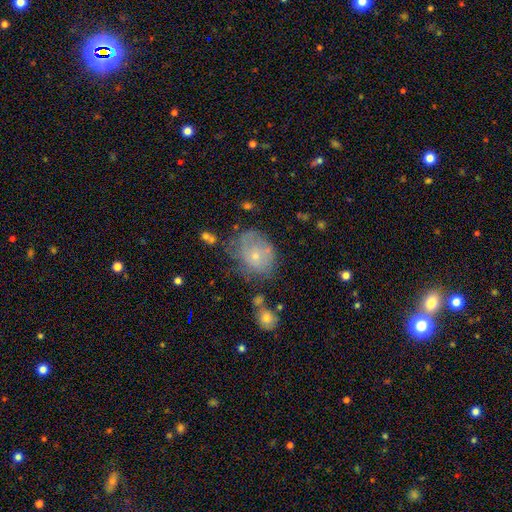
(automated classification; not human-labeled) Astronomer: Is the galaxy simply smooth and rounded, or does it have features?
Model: smooth — 48% (runner-up: featured or disk, 42%).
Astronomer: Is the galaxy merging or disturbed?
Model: none — 45% (runner-up: minor disturbance, 30%).